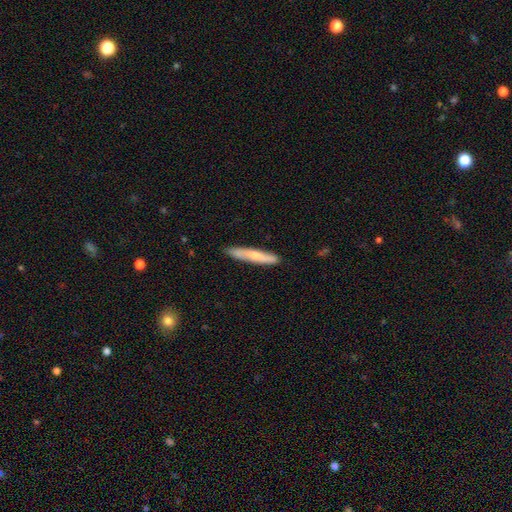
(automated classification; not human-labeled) Overall: smooth (61%; featured or disk 34%). How rounded: cigar-shaped (93%). Merging: none (86%).